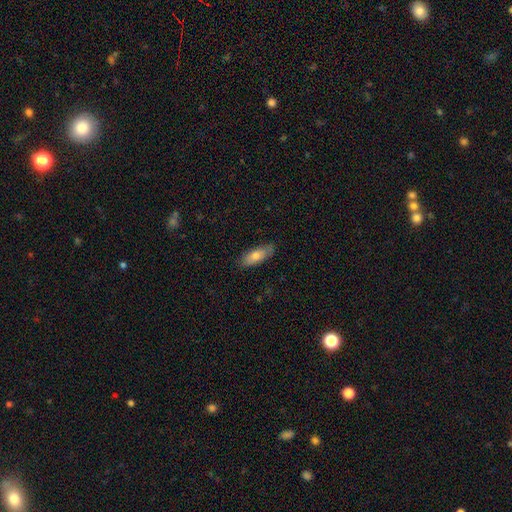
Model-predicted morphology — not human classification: A smooth galaxy with no disk features (67%) that is in between round and cigar-shaped (70%).

Vote fractions:
- Smooth or featured? smooth: 67% / featured or disk: 26% / star or artifact: 7%
- How rounded? in between: 70% / cigar-shaped: 27% / round: 3%
- Merging? none: 82% / minor disturbance: 14% / major disturbance: 2% / merger: 1%